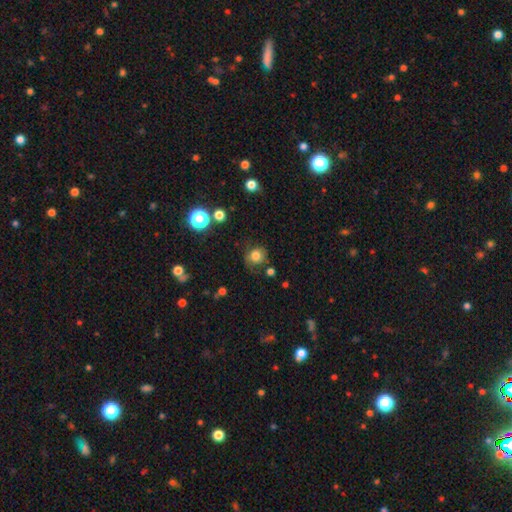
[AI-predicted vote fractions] A smooth galaxy with no disk features (78%) that is round (85%). Merging: none (74%).